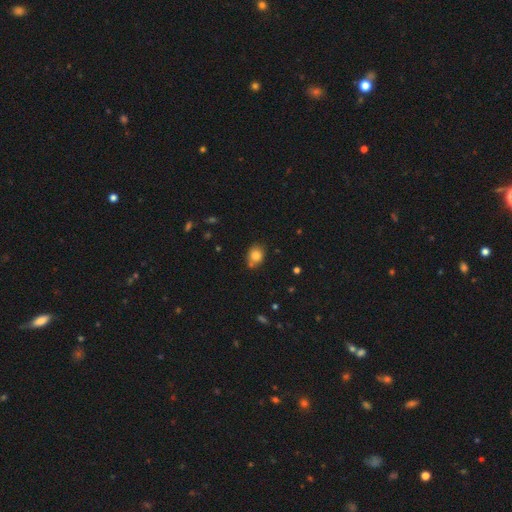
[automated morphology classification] Smooth or featured?
  - smooth: 81% *
  - star or artifact: 11%
  - featured or disk: 8%
How rounded?
  - round: 58% *
  - in between: 41%
  - cigar-shaped: 1%
Merging?
  - none: 65% *
  - minor disturbance: 19%
  - merger: 13%
  - major disturbance: 4%